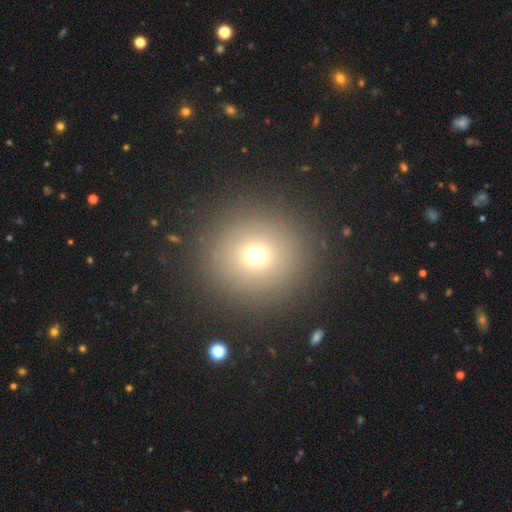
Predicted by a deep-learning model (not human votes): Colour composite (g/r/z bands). It shows a smooth galaxy with no disk features (69%) that is round (94%). Merging: none (91%).